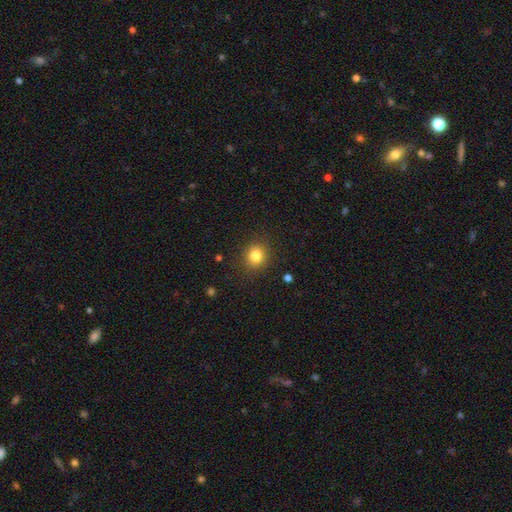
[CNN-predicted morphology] This appears to be a smooth galaxy with no disk features (82%) that is round (80%). Merging: none (88%).